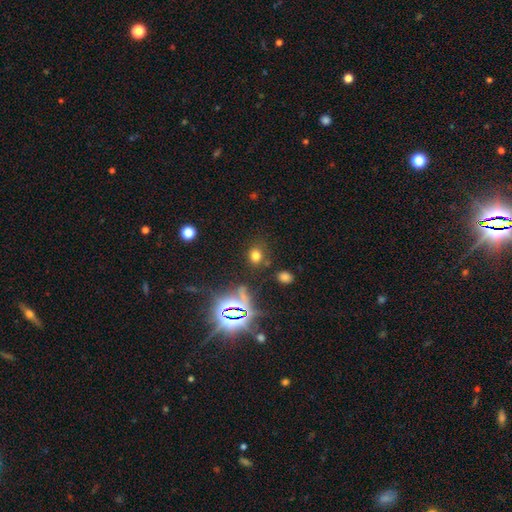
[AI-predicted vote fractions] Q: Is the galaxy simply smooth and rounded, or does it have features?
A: smooth — 66%.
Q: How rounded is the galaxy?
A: round — 59%.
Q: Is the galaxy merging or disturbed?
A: none — 77%.